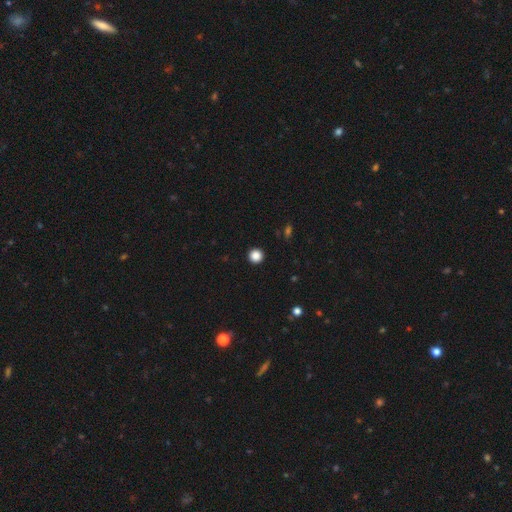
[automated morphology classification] Smooth or featured? smooth (87%)
How rounded? round (96%)
Merging? none (94%)